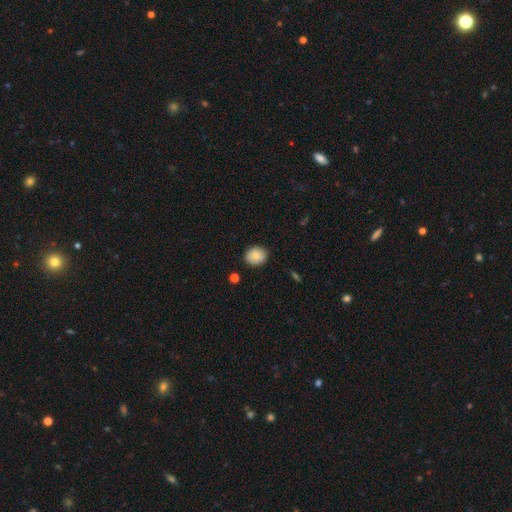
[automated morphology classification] This is clearly a smooth galaxy (84%). How rounded: likely round (67%). Merging: clearly none (87%).